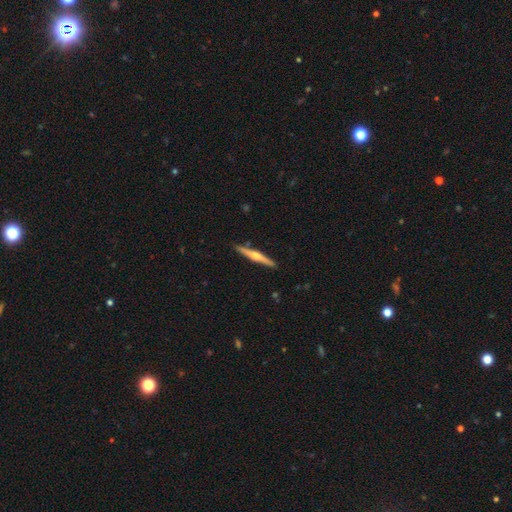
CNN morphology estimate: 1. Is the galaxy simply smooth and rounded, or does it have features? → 65% featured or disk, 30% smooth, 5% star or artifact.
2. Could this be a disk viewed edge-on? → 98% yes, 2% no.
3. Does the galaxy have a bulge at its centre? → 86% rounded, 8% none, 6% boxy.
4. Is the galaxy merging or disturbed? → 90% none, 7% minor disturbance, 2% merger, 1% major disturbance.